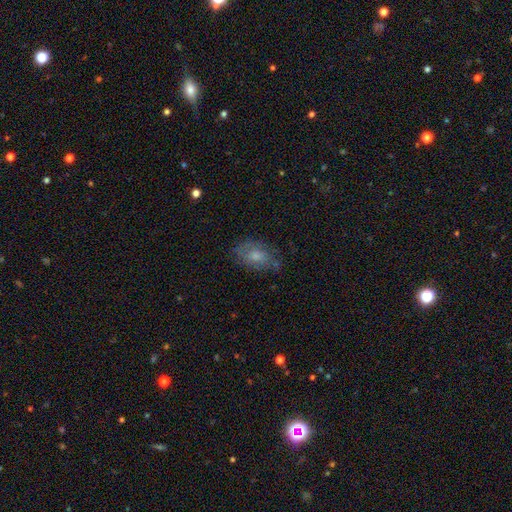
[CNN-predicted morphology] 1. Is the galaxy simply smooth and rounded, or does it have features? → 64% smooth, 27% featured or disk, 9% star or artifact.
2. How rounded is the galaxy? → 88% in between, 10% round, 2% cigar-shaped.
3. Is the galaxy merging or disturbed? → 64% none, 25% minor disturbance, 9% major disturbance, 2% merger.